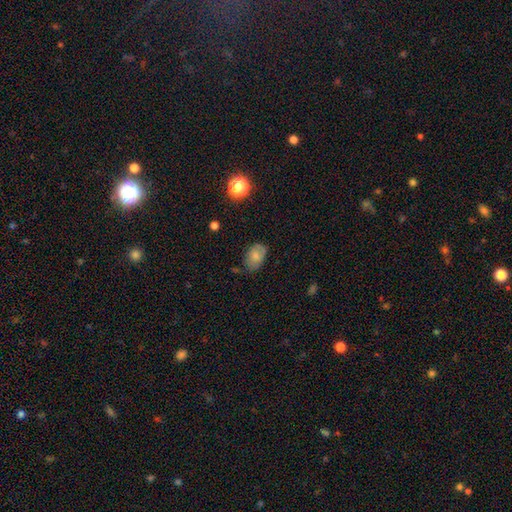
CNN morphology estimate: Smooth or featured?
  - smooth: 74% *
  - featured or disk: 17%
  - star or artifact: 9%
How rounded?
  - in between: 84% *
  - round: 14%
  - cigar-shaped: 1%
Merging?
  - none: 63% *
  - minor disturbance: 28%
  - major disturbance: 7%
  - merger: 2%